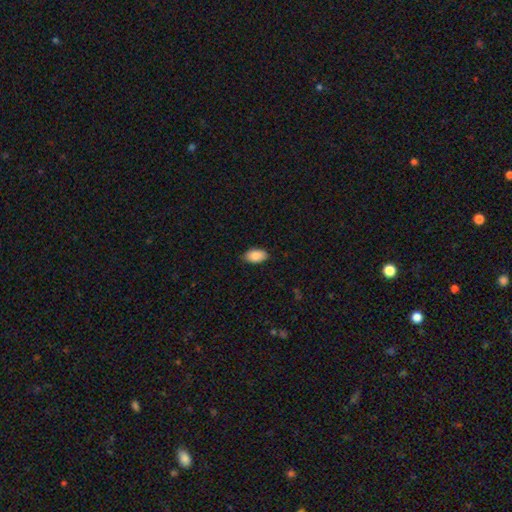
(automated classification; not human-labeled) Smooth or featured? smooth (90%)
How rounded? in between (94%)
Merging? none (85%)